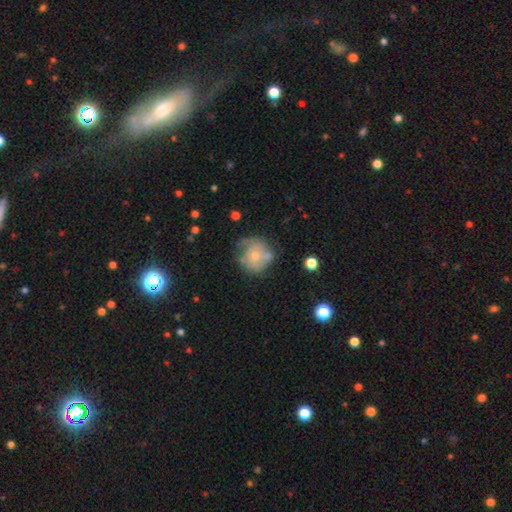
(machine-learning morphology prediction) Smooth or featured?
  - smooth: 52% *
  - featured or disk: 39%
  - star or artifact: 9%
How rounded?
  - round: 83% *
  - in between: 16%
  - cigar-shaped: 1%
Merging?
  - none: 48% *
  - minor disturbance: 29%
  - major disturbance: 15%
  - merger: 8%